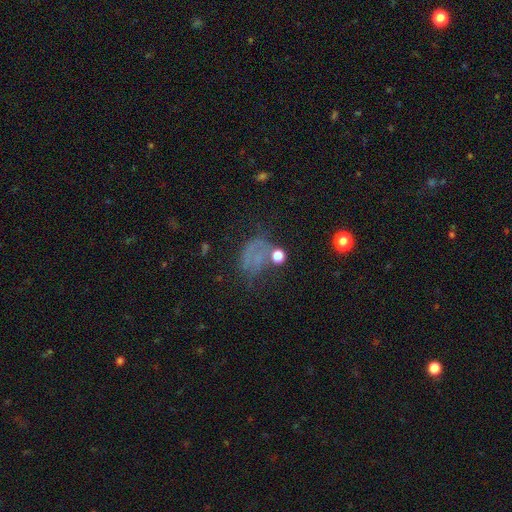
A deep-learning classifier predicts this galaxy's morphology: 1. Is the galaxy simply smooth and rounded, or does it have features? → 40% smooth, 30% star or artifact, 30% featured or disk.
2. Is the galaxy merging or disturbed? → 38% none, 32% major disturbance, 22% minor disturbance, 8% merger.